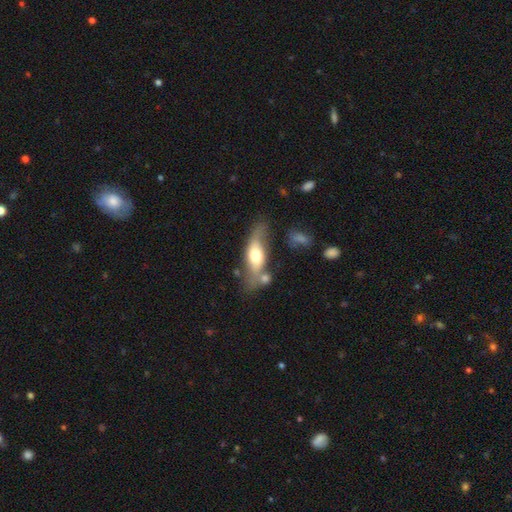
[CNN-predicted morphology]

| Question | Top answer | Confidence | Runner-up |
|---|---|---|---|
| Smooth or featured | smooth | 50% | featured or disk (44%) |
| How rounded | in between | 65% | cigar-shaped (31%) |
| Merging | none | 53% | minor disturbance (22%) |